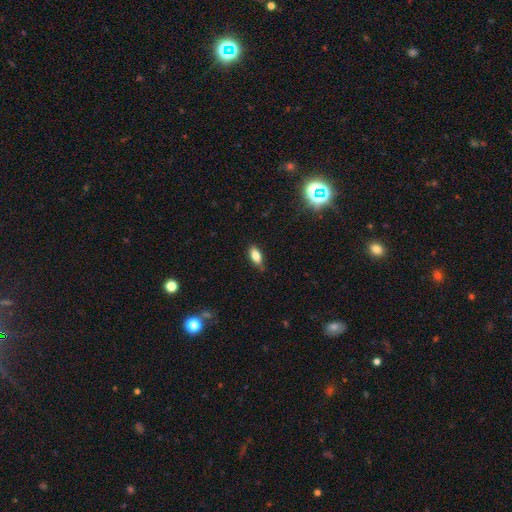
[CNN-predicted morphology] Smooth or featured: smooth — 80% (featured or disk — 12%)
How rounded: in between — 82% (cigar-shaped — 15%)
Merging: none — 76% (minor disturbance — 19%)